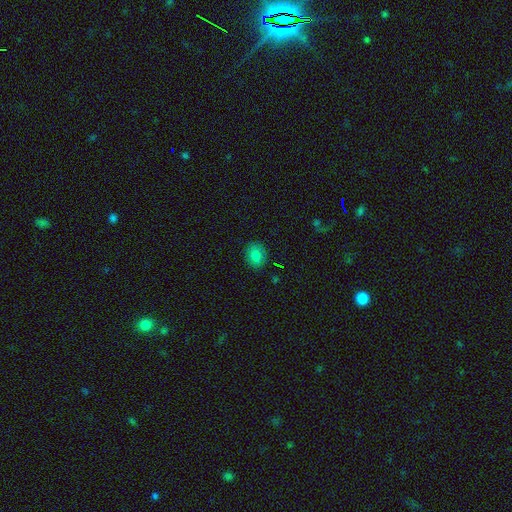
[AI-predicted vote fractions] smooth-or-featured: smooth: 78% | star or artifact: 12% | featured or disk: 10%
  how-rounded: round: 56% | in between: 43% | cigar-shaped: 1%
  merging: none: 86% | minor disturbance: 10% | major disturbance: 2% | merger: 1%